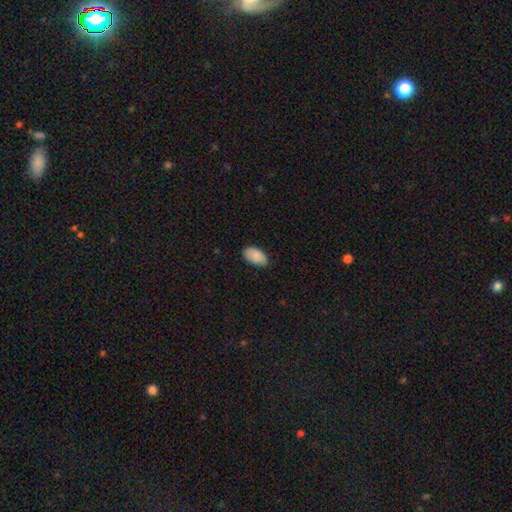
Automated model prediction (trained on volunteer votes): Smooth or featured?
  - smooth: 87% *
  - star or artifact: 7%
  - featured or disk: 6%
How rounded?
  - in between: 95% *
  - round: 4%
  - cigar-shaped: 1%
Merging?
  - none: 75% *
  - minor disturbance: 21%
  - major disturbance: 3%
  - merger: 1%